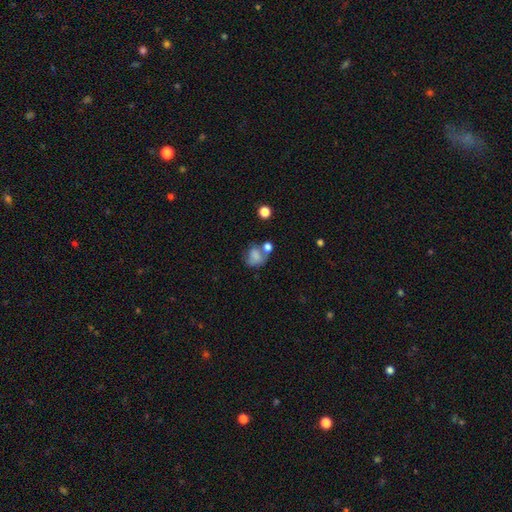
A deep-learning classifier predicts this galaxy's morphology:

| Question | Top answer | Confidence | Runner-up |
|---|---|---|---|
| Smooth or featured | smooth | 72% | featured or disk (17%) |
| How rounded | round | 50% | in between (49%) |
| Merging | none | 33% | merger (31%) |